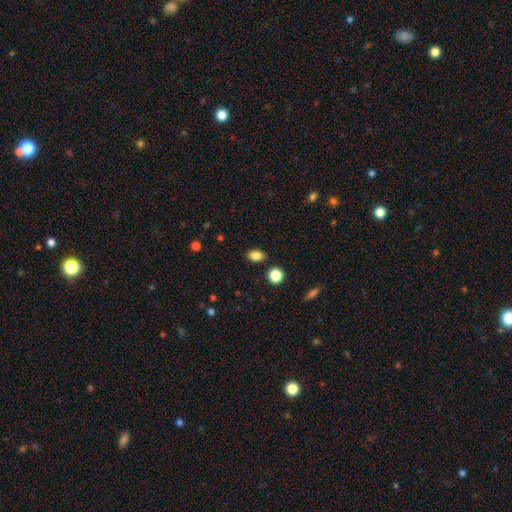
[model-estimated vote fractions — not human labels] Q: Smooth or featured?
A: smooth (84%); runner-up: star or artifact (11%)
Q: How rounded?
A: in between (74%); runner-up: round (25%)
Q: Merging?
A: none (85%); runner-up: minor disturbance (9%)